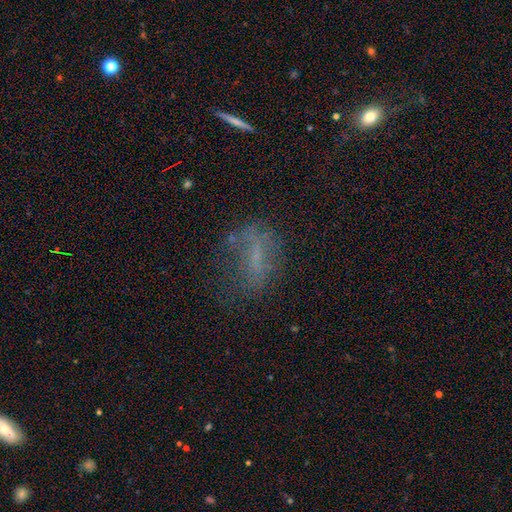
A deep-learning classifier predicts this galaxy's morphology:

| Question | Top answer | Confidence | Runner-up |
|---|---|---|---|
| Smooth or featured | smooth | 41% | featured or disk (37%) |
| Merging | none | 45% | major disturbance (27%) |